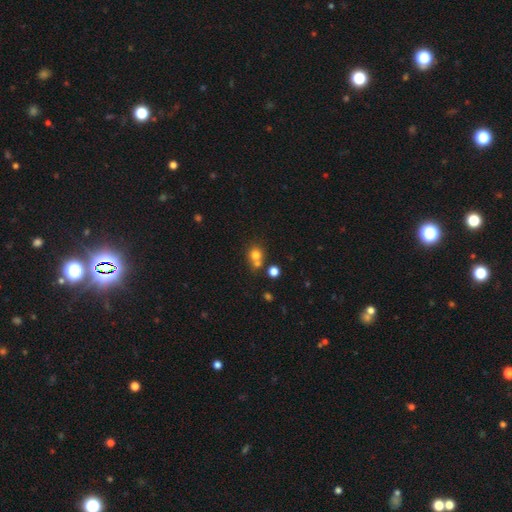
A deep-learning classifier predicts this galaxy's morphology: This appears to be a smooth galaxy with no disk features (76%) that is round (82%). Merging: none (50%).